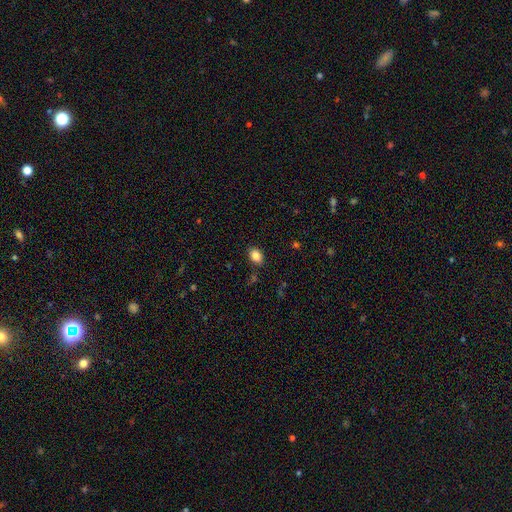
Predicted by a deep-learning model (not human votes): This appears to be a smooth galaxy with no disk features (86%) that is in between round and cigar-shaped (76%). Merging: none (85%).